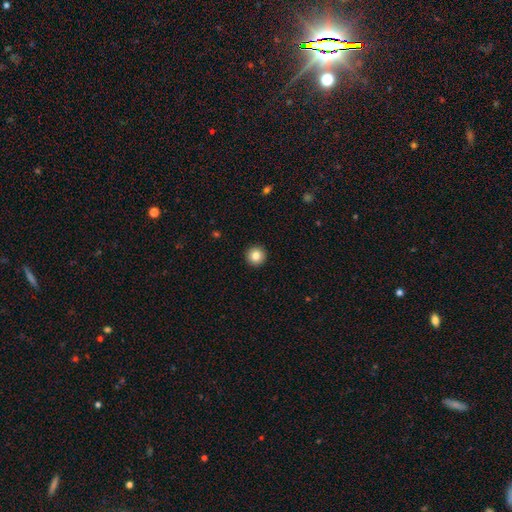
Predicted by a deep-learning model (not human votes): Smooth or featured?
  - smooth: 84% *
  - star or artifact: 10%
  - featured or disk: 7%
How rounded?
  - round: 96% *
  - in between: 3%
  - cigar-shaped: 1%
Merging?
  - none: 94% *
  - minor disturbance: 4%
  - major disturbance: 1%
  - merger: 1%